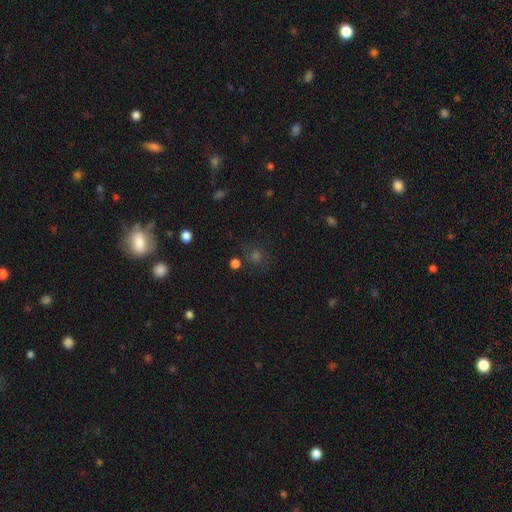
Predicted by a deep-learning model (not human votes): Smooth or featured? smooth (46%)
Merging? none (78%)